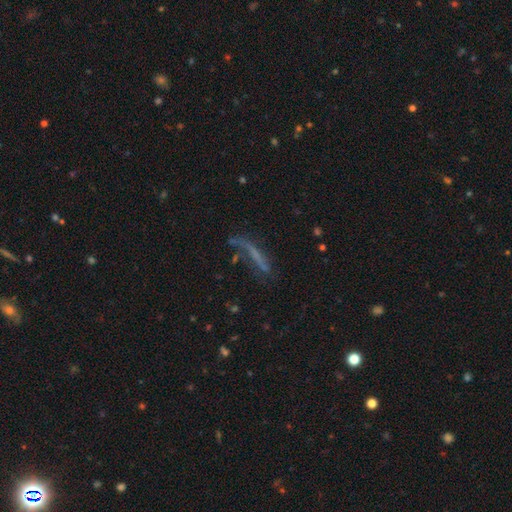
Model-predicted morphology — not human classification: Smooth or featured? Predicted: smooth (p=0.44). Merging? Predicted: none (p=0.41).